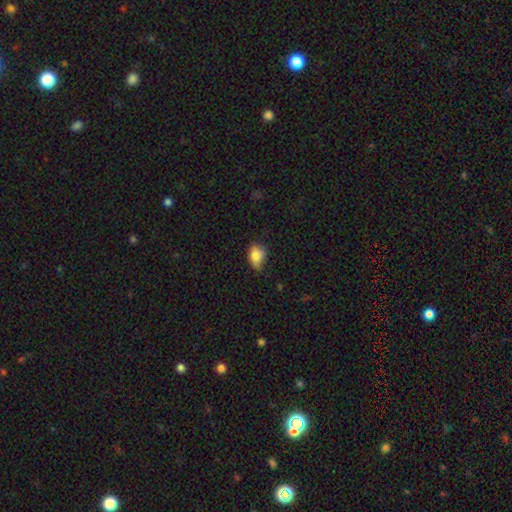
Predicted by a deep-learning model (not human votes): Morphology: type=smooth (84%); roundness=in between (73%); merging=none (51%).